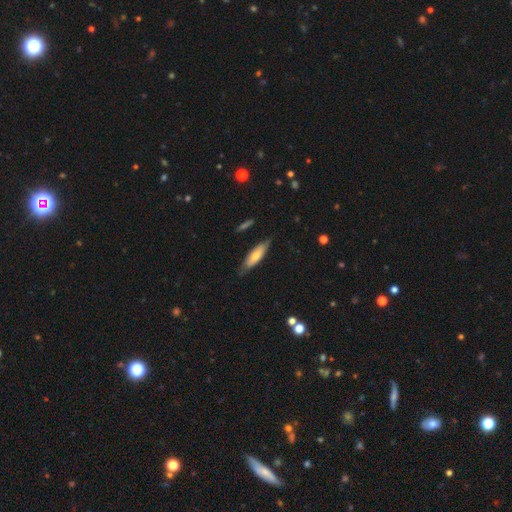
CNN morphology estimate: smooth 65%, featured or disk 29%, star or artifact 6%. Down the decision tree: how rounded — cigar-shaped (60%); merging — none (78%).